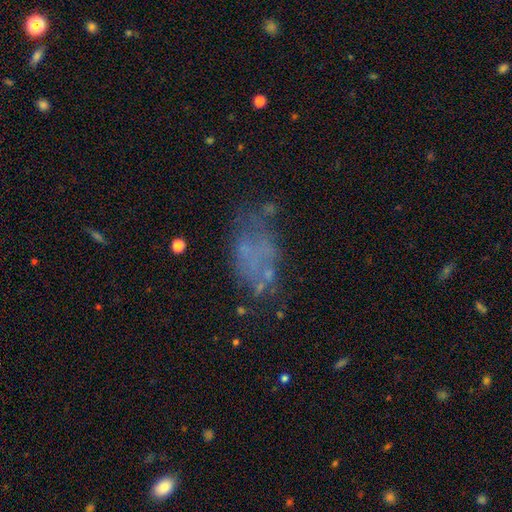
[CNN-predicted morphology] A featured or disk galaxy (44%).

Vote fractions:
- Smooth or featured? featured or disk: 44% / smooth: 37% / star or artifact: 19%
- Merging? none: 52% / major disturbance: 20% / minor disturbance: 20% / merger: 7%